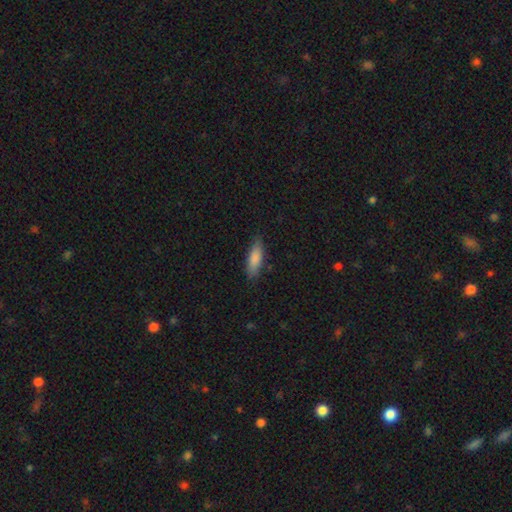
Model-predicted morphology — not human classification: A smooth galaxy with no disk features (78%) that is cigar-shaped (56%). Merging: none (85%).